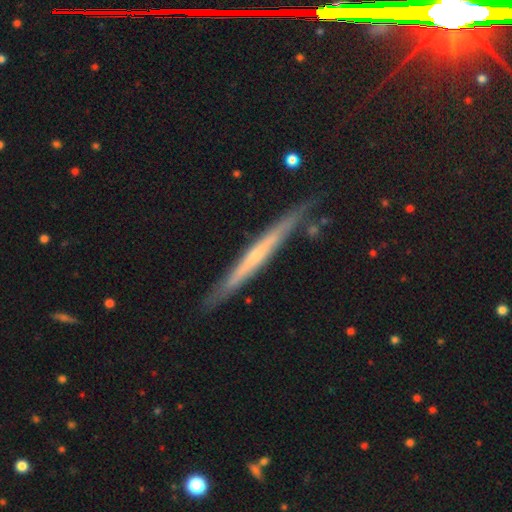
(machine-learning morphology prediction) Overall: featured or disk (64%; smooth 30%). Edge-on disk: yes (96%). Edge-on bulge: none (65%; rounded 30%). Merging: none (85%).